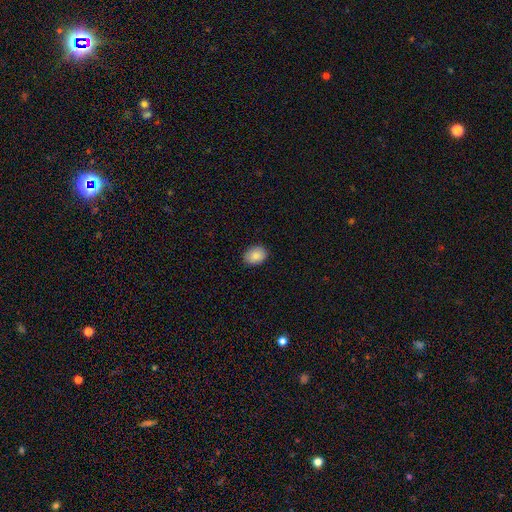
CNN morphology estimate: This appears to be a smooth galaxy with no disk features (87%) that is in between round and cigar-shaped (65%). Merging: none (89%).